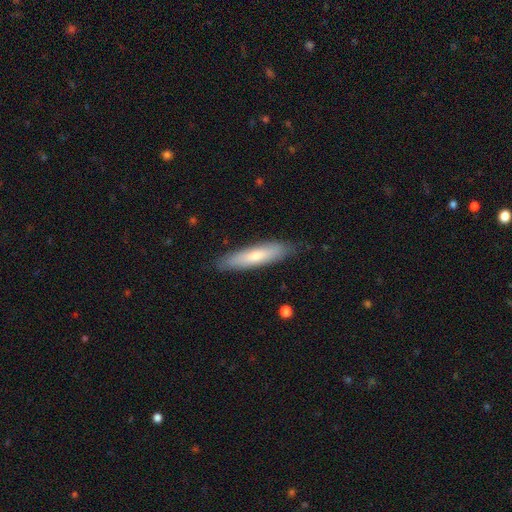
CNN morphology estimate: A smooth galaxy with no disk features (65%) that is cigar-shaped (76%).

Vote fractions:
- Smooth or featured? smooth: 65% / featured or disk: 29% / star or artifact: 6%
- How rounded? cigar-shaped: 76% / in between: 22% / round: 1%
- Merging? none: 84% / minor disturbance: 12% / major disturbance: 2% / merger: 1%